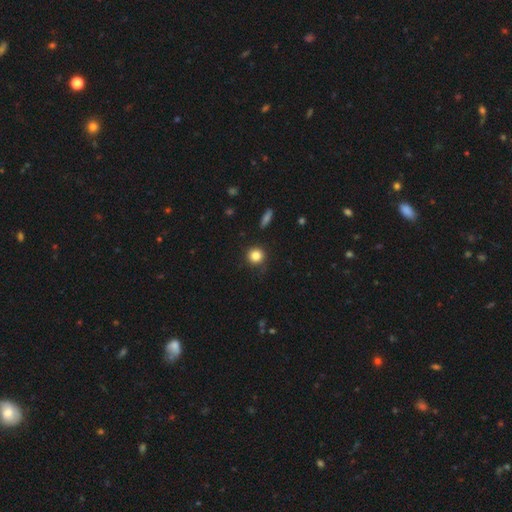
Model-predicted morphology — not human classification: Smooth or featured: smooth — 83% (star or artifact — 11%)
How rounded: round — 93% (in between — 6%)
Merging: none — 84% (minor disturbance — 12%)